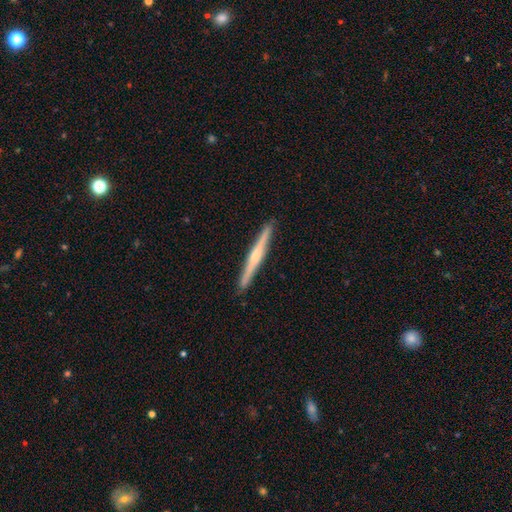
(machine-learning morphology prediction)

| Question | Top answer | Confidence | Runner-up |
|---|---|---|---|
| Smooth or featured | featured or disk | 66% | smooth (29%) |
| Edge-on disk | yes | 98% | no (2%) |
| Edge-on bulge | rounded | 62% | none (27%) |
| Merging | none | 92% | minor disturbance (5%) |